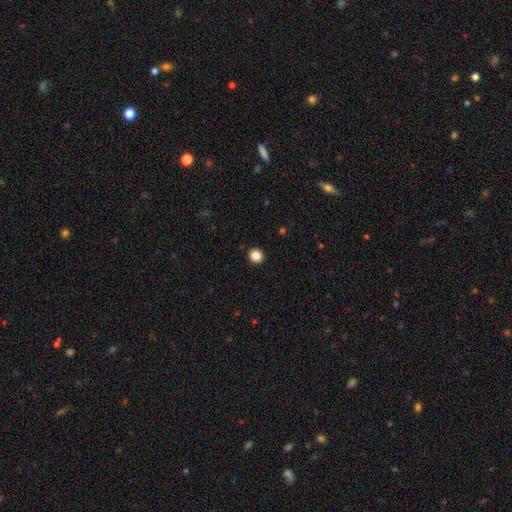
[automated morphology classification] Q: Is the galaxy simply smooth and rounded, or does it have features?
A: smooth — 86%.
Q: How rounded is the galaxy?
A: round — 91%.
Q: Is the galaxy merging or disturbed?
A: none — 93%.